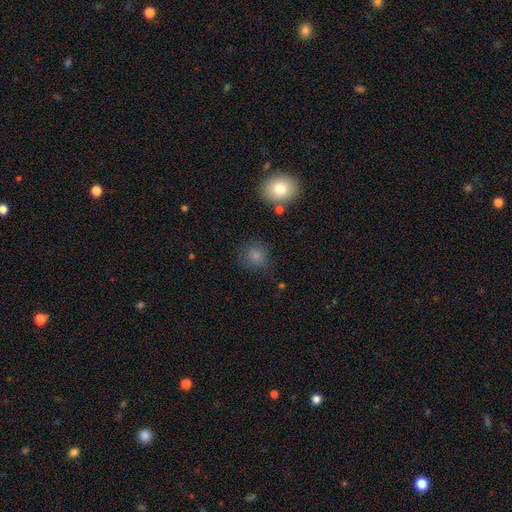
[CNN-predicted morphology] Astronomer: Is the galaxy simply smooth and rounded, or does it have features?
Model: smooth — 82%.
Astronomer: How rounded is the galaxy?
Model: round — 86%.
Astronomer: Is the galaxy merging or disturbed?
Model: none — 77%.